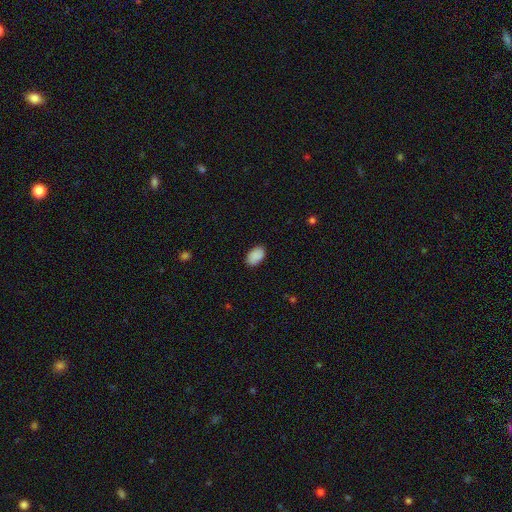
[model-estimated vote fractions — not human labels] smooth-or-featured: smooth: 90% | star or artifact: 7% | featured or disk: 3%
  how-rounded: in between: 92% | round: 7% | cigar-shaped: 1%
  merging: none: 86% | minor disturbance: 10% | major disturbance: 2% | merger: 1%